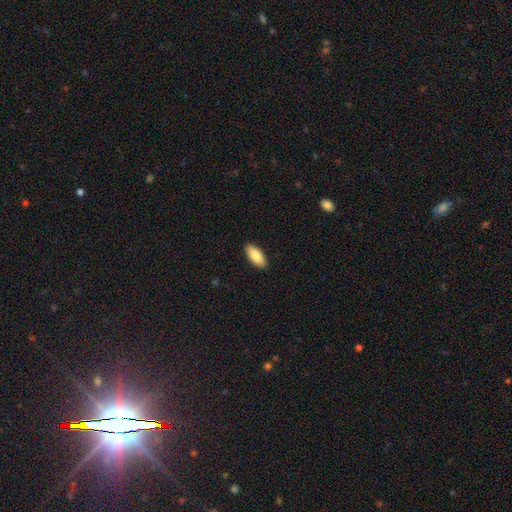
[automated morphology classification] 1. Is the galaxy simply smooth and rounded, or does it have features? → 86% smooth, 8% featured or disk, 6% star or artifact.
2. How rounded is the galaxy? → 87% in between, 11% cigar-shaped, 2% round.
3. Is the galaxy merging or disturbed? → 90% none, 7% minor disturbance, 2% major disturbance, 1% merger.